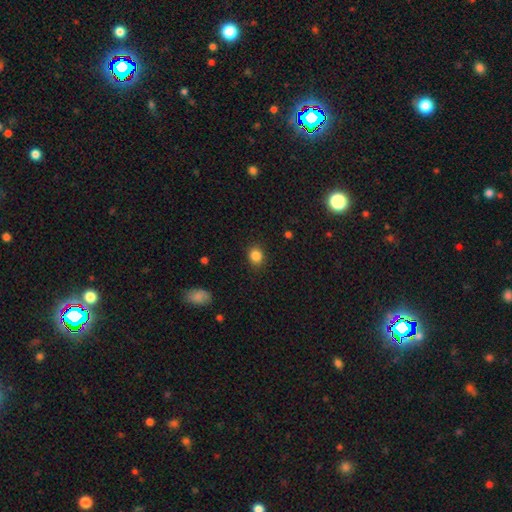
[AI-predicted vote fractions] Overall: smooth (85%). How rounded: round (68%; in between 31%). Merging: none (89%).